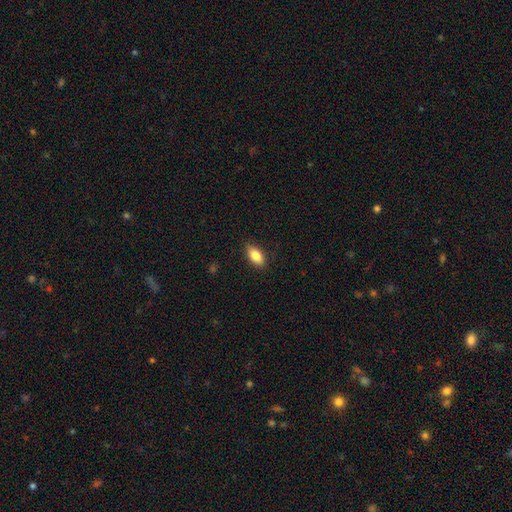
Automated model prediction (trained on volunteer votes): Overall: smooth (83%). How rounded: in between (88%). Merging: none (87%).